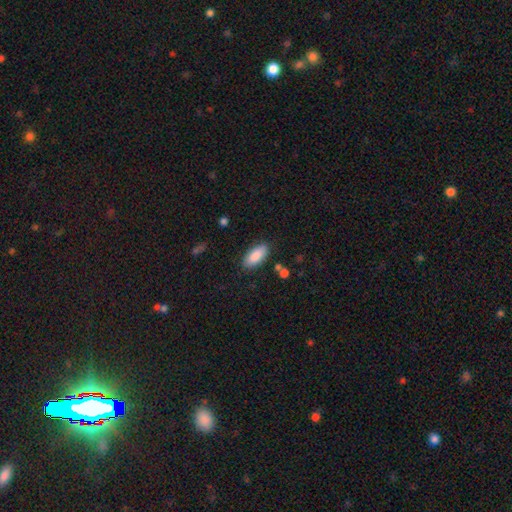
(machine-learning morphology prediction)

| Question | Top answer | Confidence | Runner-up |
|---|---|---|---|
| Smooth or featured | smooth | 87% | featured or disk (7%) |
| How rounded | in between | 85% | cigar-shaped (13%) |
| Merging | none | 85% | minor disturbance (10%) |